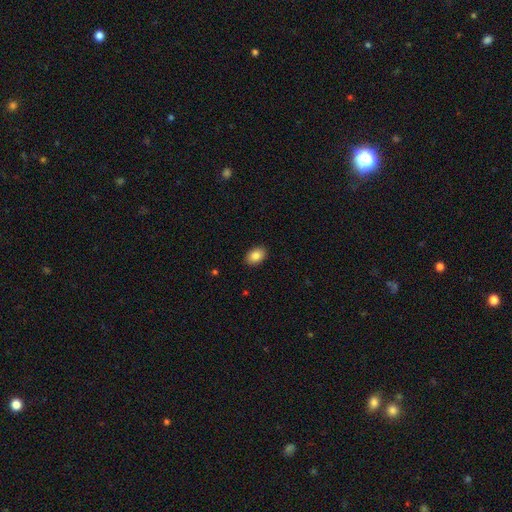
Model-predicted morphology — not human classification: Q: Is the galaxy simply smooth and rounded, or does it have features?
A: smooth — 86%.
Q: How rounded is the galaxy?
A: in between — 85%.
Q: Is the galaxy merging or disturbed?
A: none — 90%.